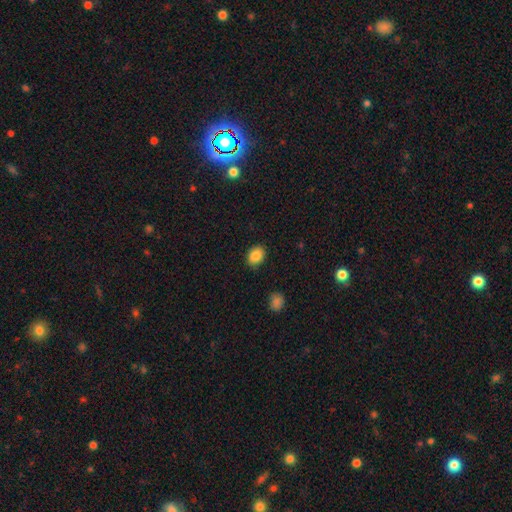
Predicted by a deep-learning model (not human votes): Smooth or featured? smooth (87%)
How rounded? in between (66%)
Merging? none (87%)